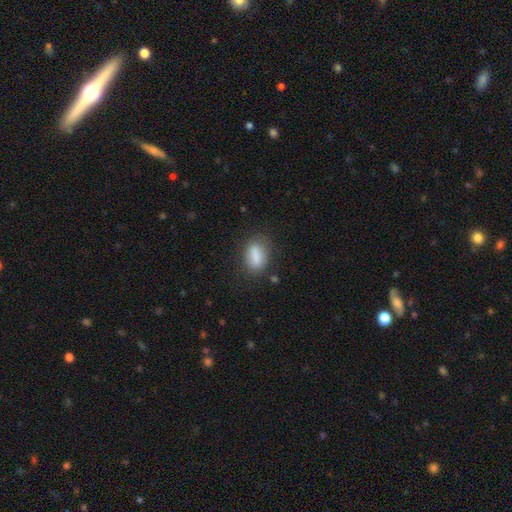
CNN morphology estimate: This is clearly a smooth galaxy (81%). How rounded: likely in between (77%). Merging: likely none (73%).